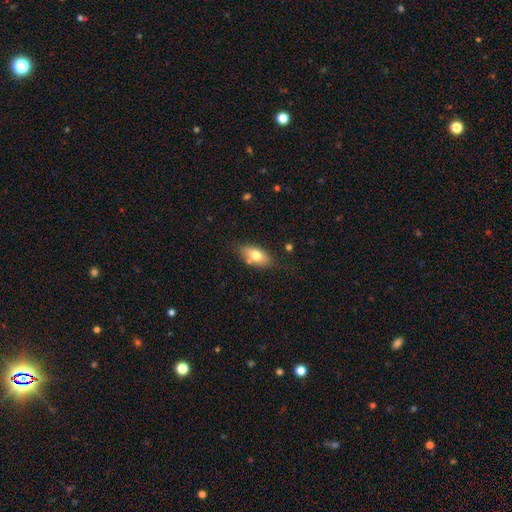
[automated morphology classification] Smooth or featured? Predicted: smooth (p=0.72). How rounded? Predicted: in between (p=0.86). Merging? Predicted: none (p=0.72).